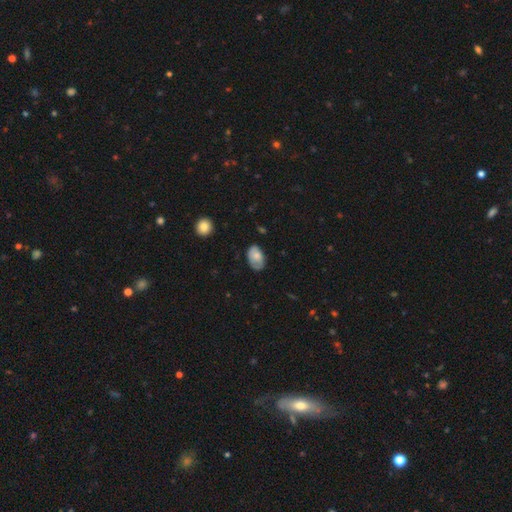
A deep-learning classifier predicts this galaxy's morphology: Overall: smooth (72%). How rounded: in between (91%). Merging: none (62%; minor disturbance 29%).